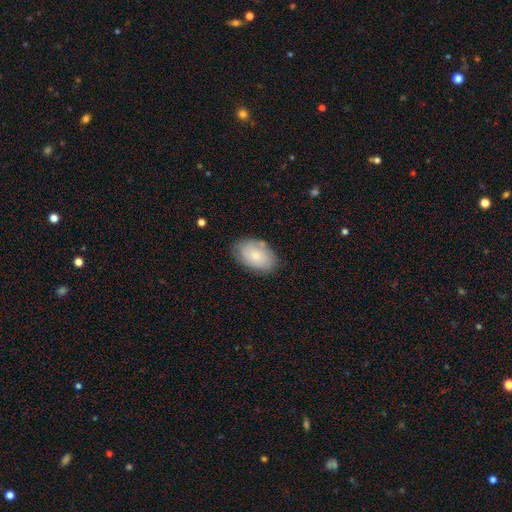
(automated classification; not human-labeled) Overall: smooth (75%). How rounded: in between (90%). Merging: none (77%).